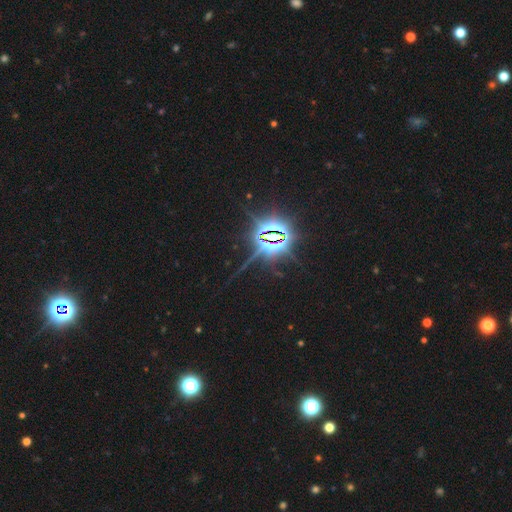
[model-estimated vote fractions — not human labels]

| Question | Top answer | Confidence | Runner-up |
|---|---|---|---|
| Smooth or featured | star or artifact | 86% | smooth (7%) |